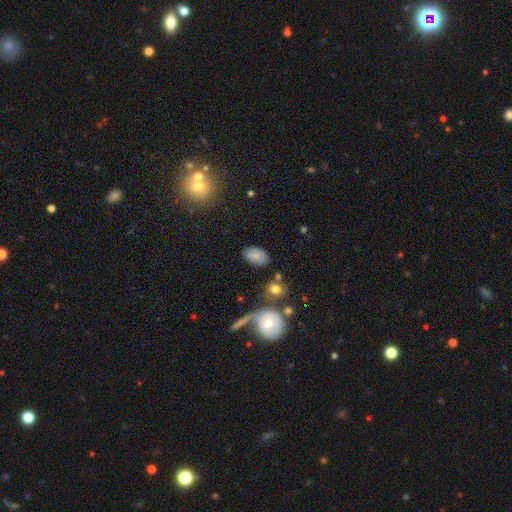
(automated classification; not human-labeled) Smooth or featured? smooth (80%)
How rounded? in between (92%)
Merging? none (79%)